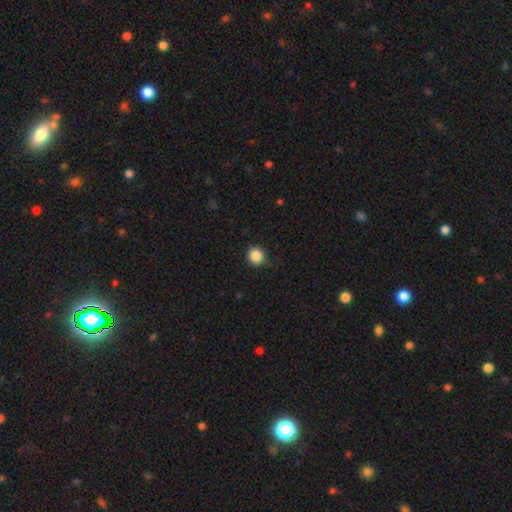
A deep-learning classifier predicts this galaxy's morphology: This appears to be a smooth galaxy with no disk features (87%) that is round (92%). Merging: none (84%).